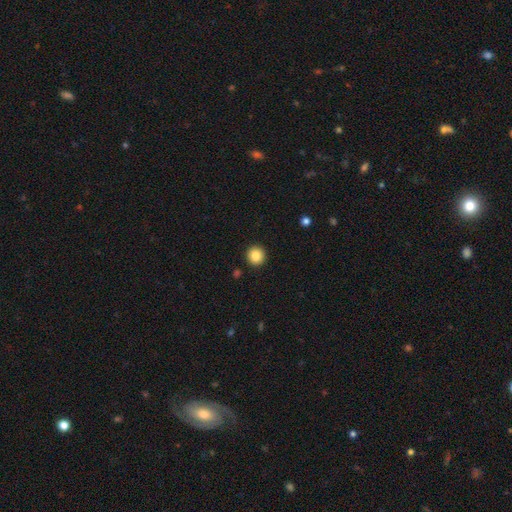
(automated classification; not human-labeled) Smooth or featured? Predicted: smooth (p=0.87). How rounded? Predicted: round (p=0.94). Merging? Predicted: none (p=0.93).